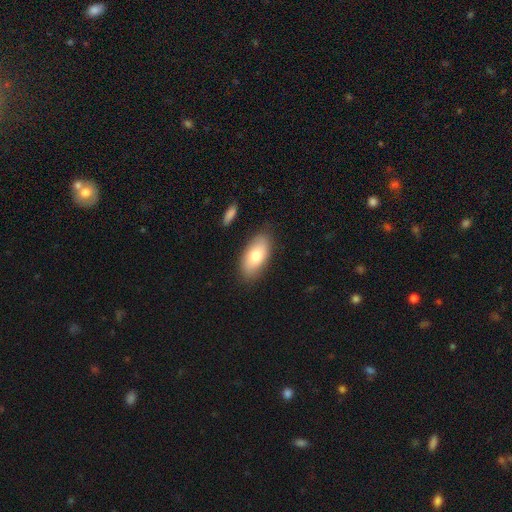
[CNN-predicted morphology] smooth-or-featured: smooth: 75% | featured or disk: 19% | star or artifact: 6%
  how-rounded: in between: 93% | cigar-shaped: 4% | round: 3%
  merging: none: 82% | minor disturbance: 13% | major disturbance: 3% | merger: 2%